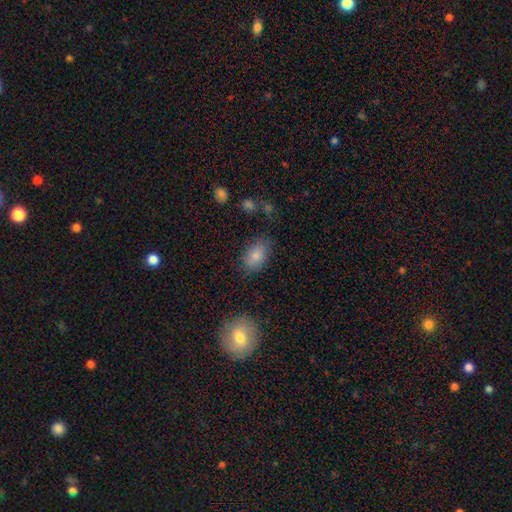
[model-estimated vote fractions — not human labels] Morphology: type=smooth (82%); roundness=in between (87%); merging=none (76%).